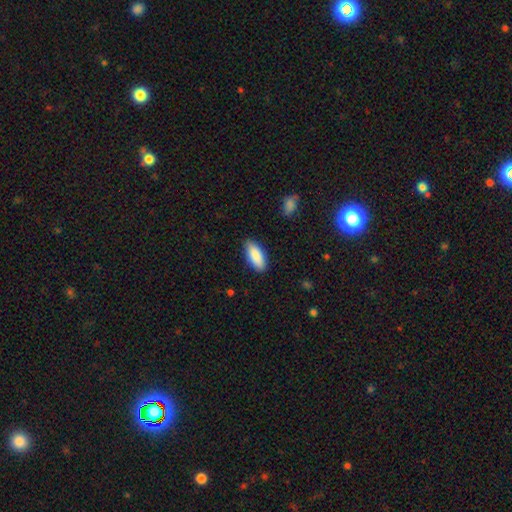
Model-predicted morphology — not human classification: smooth-or-featured: smooth: 88% | featured or disk: 6% | star or artifact: 6%
  how-rounded: in between: 84% | cigar-shaped: 15% | round: 2%
  merging: none: 86% | minor disturbance: 11% | major disturbance: 2% | merger: 1%